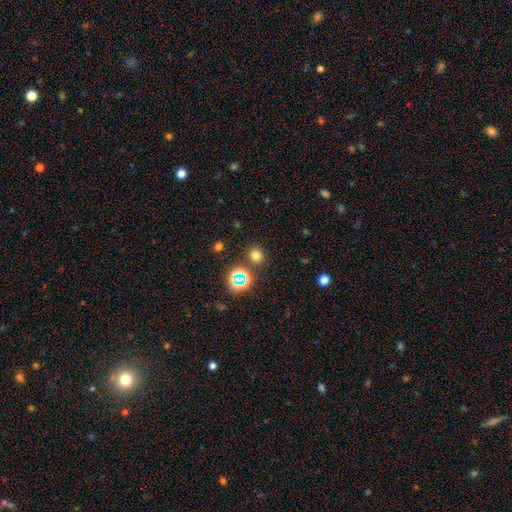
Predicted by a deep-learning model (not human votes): A smooth galaxy with no disk features (71%) that is round (84%). Merging: none (85%).